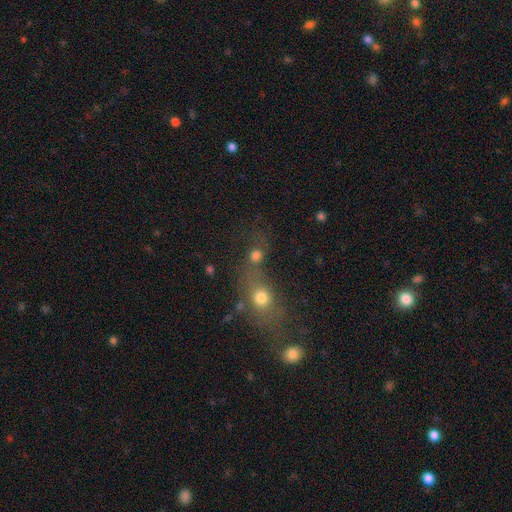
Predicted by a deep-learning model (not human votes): Smooth or featured? smooth (63%)
How rounded? round (66%)
Merging? merger (50%)